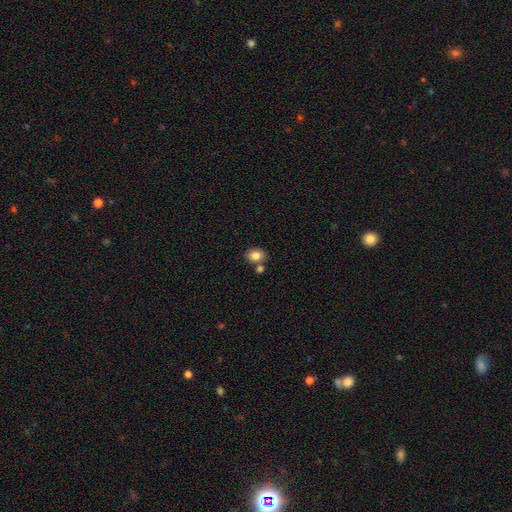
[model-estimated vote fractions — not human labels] smooth_or_featured: smooth (p=0.83) [alt: star or artifact p=0.09]
how_rounded: in between (p=0.56) [alt: round p=0.43]
merging: none (p=0.67) [alt: merger p=0.19]